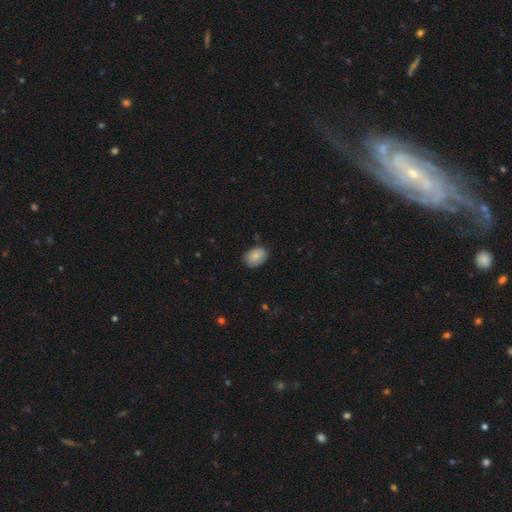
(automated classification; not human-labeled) Morphology: type=smooth (79%); roundness=in between (77%); merging=none (72%).